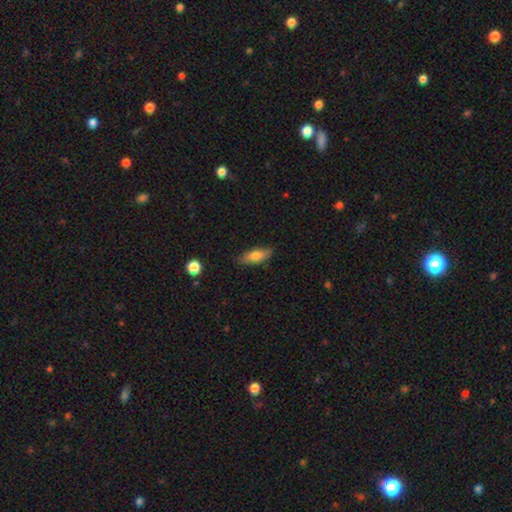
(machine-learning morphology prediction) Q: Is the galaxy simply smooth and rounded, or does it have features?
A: smooth — 75%.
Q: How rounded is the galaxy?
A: in between — 69%.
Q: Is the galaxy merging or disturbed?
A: none — 80%.